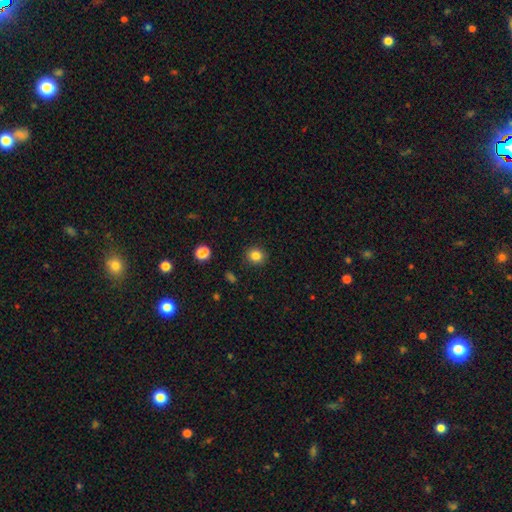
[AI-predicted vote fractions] A smooth galaxy with no disk features (83%) that is round (83%).

Vote fractions:
- Smooth or featured? smooth: 83% / star or artifact: 12% / featured or disk: 5%
- How rounded? round: 83% / in between: 16% / cigar-shaped: 1%
- Merging? none: 90% / minor disturbance: 7% / major disturbance: 2% / merger: 1%